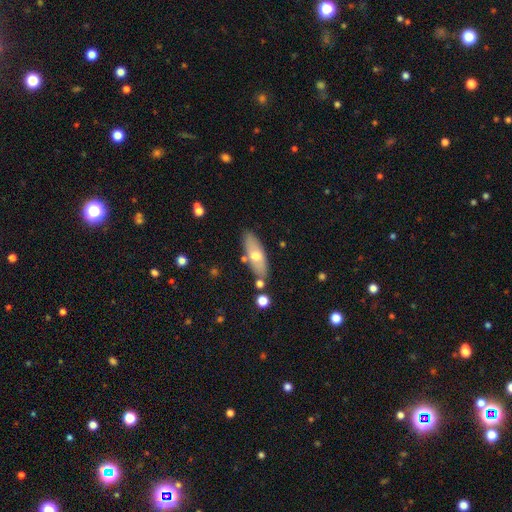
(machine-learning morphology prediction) smooth-or-featured: smooth: 61% | featured or disk: 32% | star or artifact: 6%
  how-rounded: in between: 66% | cigar-shaped: 31% | round: 3%
  merging: none: 79% | minor disturbance: 12% | merger: 6% | major disturbance: 3%